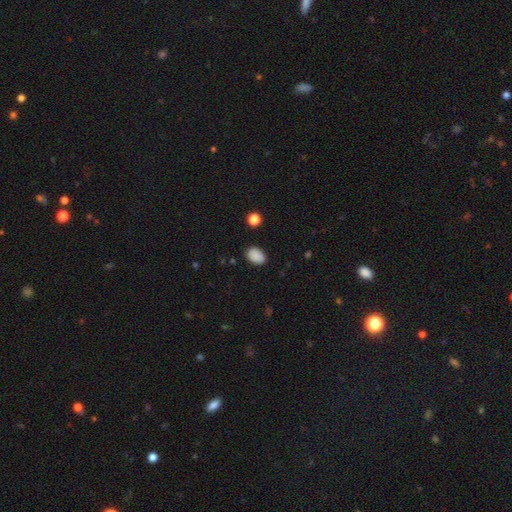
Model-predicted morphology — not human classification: A smooth galaxy with no disk features (89%) that is in between round and cigar-shaped (84%). Merging: none (87%).